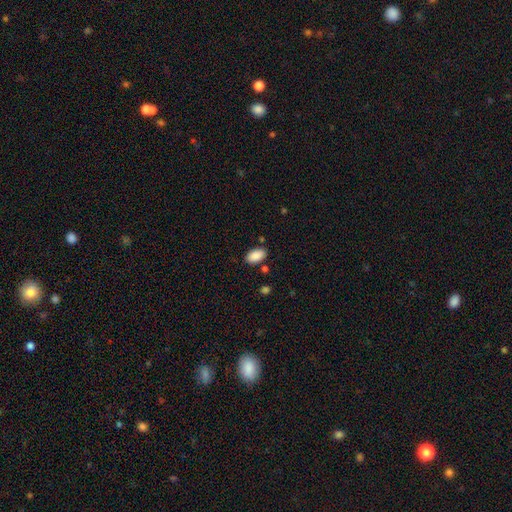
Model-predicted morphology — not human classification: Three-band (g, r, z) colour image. It shows a smooth galaxy with no disk features (89%) that is in between round and cigar-shaped (94%). Merging: none (82%).